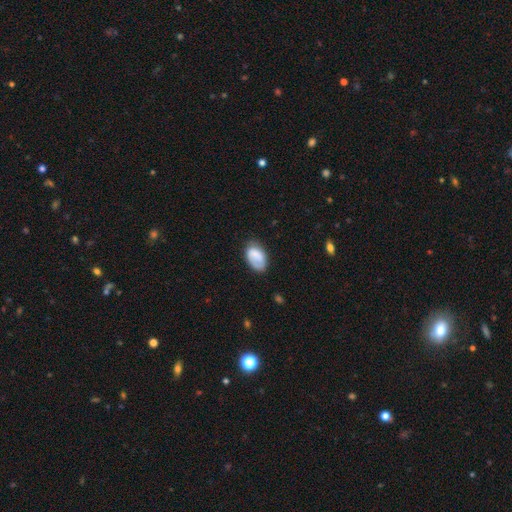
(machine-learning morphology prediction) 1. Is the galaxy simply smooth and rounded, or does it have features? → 74% smooth, 19% featured or disk, 7% star or artifact.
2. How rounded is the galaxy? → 91% in between, 8% round, 1% cigar-shaped.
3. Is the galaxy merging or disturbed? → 62% none, 27% minor disturbance, 9% major disturbance, 2% merger.